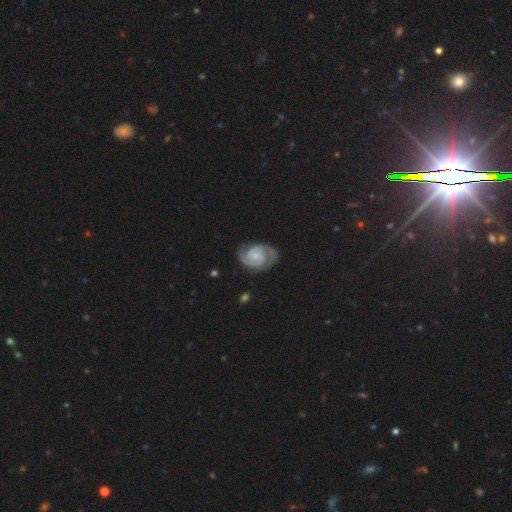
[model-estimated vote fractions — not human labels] smooth_or_featured: featured or disk (p=0.89) [alt: smooth p=0.07]
disk_edge_on: no (p=0.98) [alt: yes p=0.02]
bar: no (p=0.57) [alt: weak p=0.36]
has_spiral_arms: yes (p=0.98) [alt: no p=0.02]
spiral_winding: tight (p=0.55) [alt: medium p=0.38]
spiral_arm_count: 2 (p=0.89) [alt: 3 p=0.04]
bulge_size: small (p=0.63) [alt: moderate p=0.22]
merging: none (p=0.78) [alt: minor disturbance p=0.16]